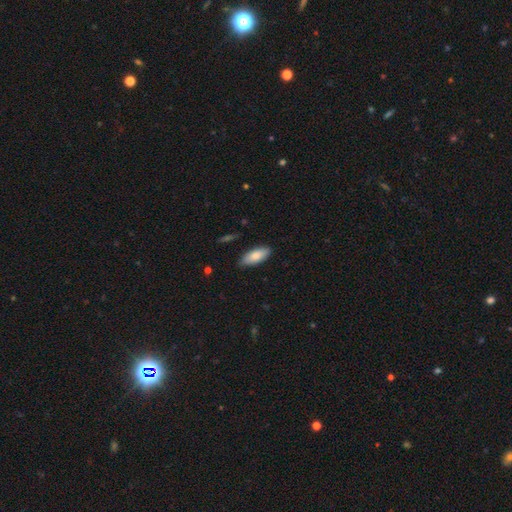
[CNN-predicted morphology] Overall: smooth (82%). How rounded: in between (84%). Merging: none (86%).